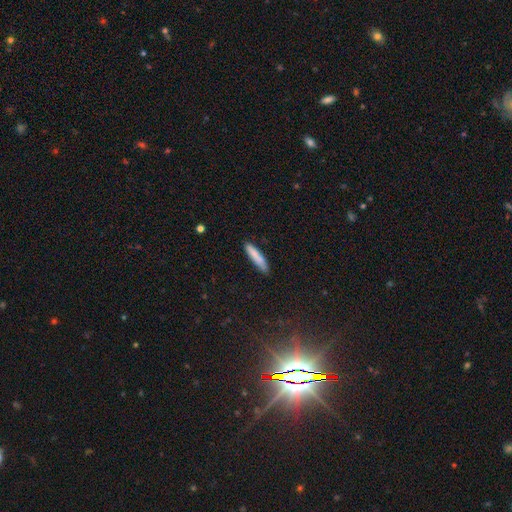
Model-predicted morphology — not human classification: This appears to be a smooth galaxy with no disk features (82%) that is cigar-shaped (86%). Merging: none (83%).